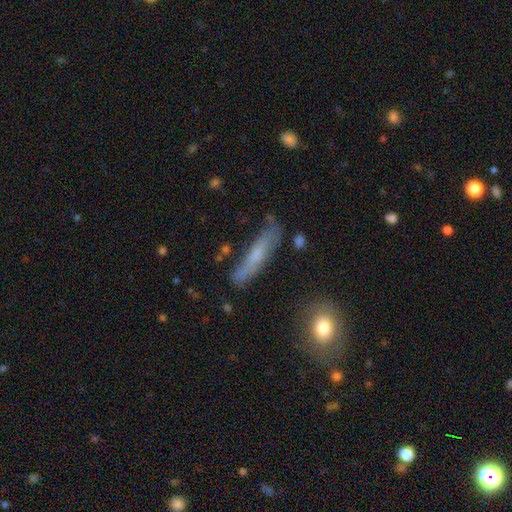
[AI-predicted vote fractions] This appears to be a smooth galaxy with no disk features (54%) that is cigar-shaped (87%). Merging: none (73%).